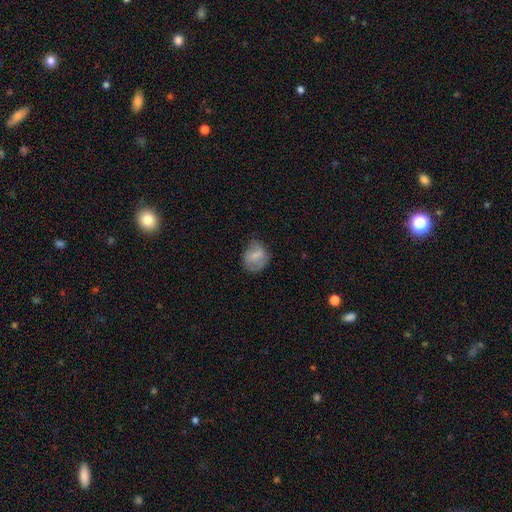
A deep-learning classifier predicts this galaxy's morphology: The model was most divided on "how rounded": round: 62%, in between: 37%, cigar-shaped: 1%. More confident: smooth or featured — smooth (64%); merging — none (59%).